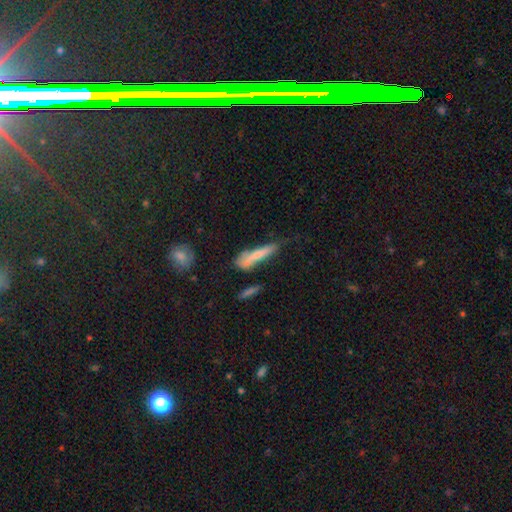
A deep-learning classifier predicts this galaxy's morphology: smooth-or-featured: smooth: 65% | featured or disk: 26% | star or artifact: 9%
  how-rounded: cigar-shaped: 83% | in between: 14% | round: 2%
  merging: none: 43% | minor disturbance: 27% | major disturbance: 15% | merger: 15%